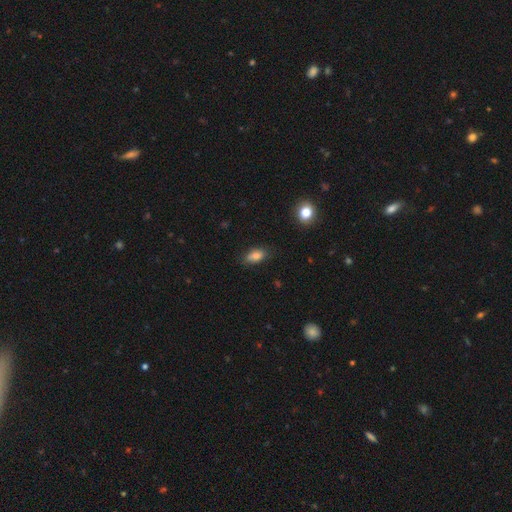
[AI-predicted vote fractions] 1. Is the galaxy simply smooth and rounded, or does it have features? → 81% smooth, 10% featured or disk, 9% star or artifact.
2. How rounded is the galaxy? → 88% in between, 7% round, 6% cigar-shaped.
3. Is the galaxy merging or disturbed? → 77% none, 18% minor disturbance, 3% major disturbance, 2% merger.